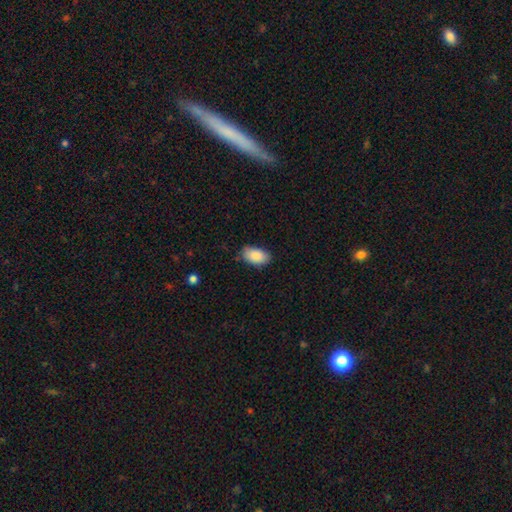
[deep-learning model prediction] Smooth or featured? Predicted: smooth (p=0.89). How rounded? Predicted: in between (p=0.94). Merging? Predicted: none (p=0.79).